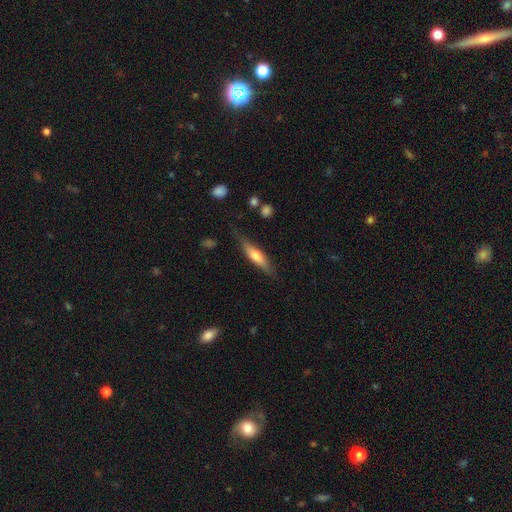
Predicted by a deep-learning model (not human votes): Smooth or featured: smooth — 53% (featured or disk — 41%)
How rounded: cigar-shaped — 75% (in between — 24%)
Merging: none — 73% (minor disturbance — 19%)